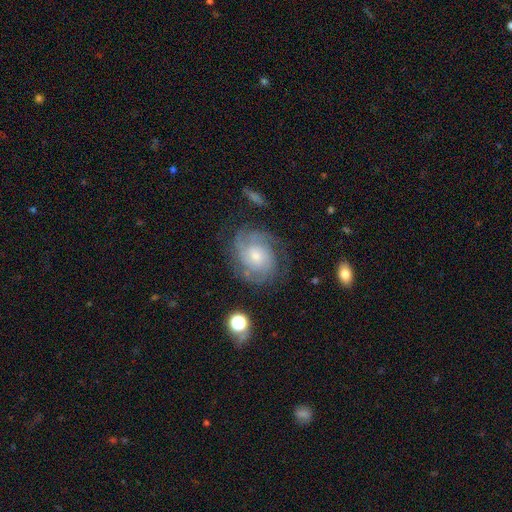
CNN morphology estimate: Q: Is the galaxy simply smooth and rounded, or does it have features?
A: featured or disk — 78%.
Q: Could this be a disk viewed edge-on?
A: no — 97%.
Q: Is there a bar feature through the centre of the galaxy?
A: no — 68%.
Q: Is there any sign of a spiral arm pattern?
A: yes — 94%.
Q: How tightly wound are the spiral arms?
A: tight — 59%.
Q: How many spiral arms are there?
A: can't tell — 31%.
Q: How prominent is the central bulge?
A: small — 46%.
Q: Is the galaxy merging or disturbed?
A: none — 70%.